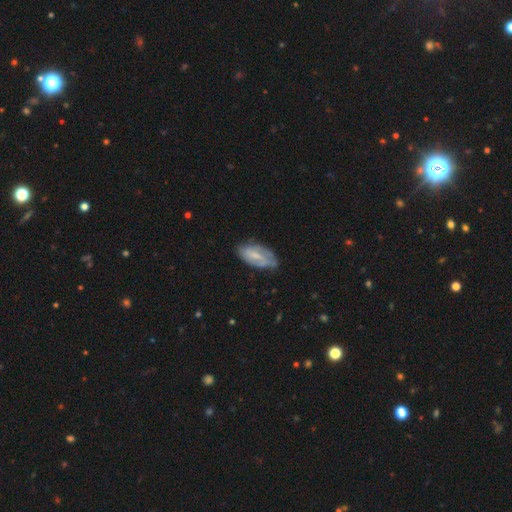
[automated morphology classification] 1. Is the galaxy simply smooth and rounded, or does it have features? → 53% featured or disk, 40% smooth, 7% star or artifact.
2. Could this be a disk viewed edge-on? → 92% no, 8% yes.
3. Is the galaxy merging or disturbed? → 62% none, 27% minor disturbance, 9% major disturbance, 2% merger.